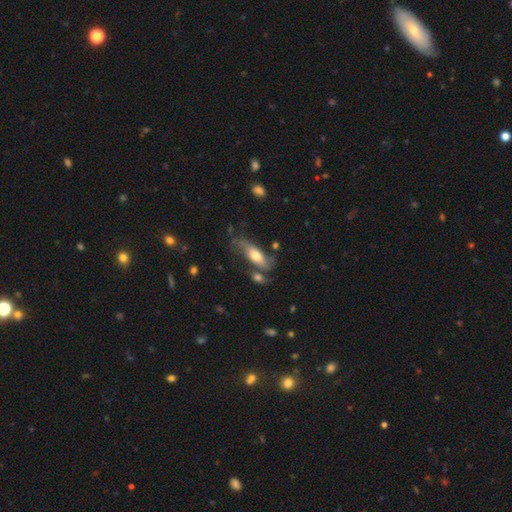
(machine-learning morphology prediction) type=smooth (54%); roundness=in between (60%); merging=none (50%).